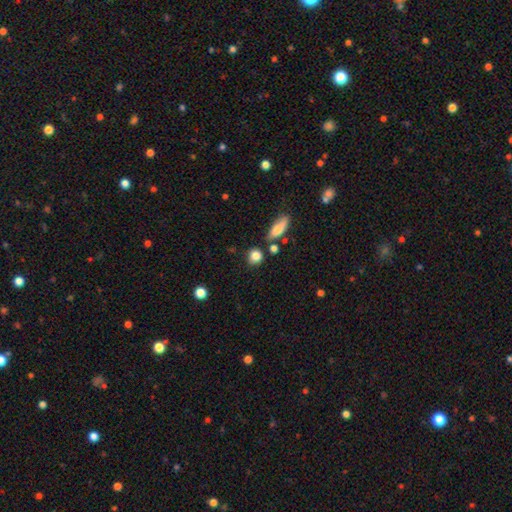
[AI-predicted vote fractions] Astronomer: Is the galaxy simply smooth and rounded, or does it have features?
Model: smooth — 84%.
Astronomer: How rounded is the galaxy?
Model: round — 80%.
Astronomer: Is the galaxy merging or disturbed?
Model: none — 76%.